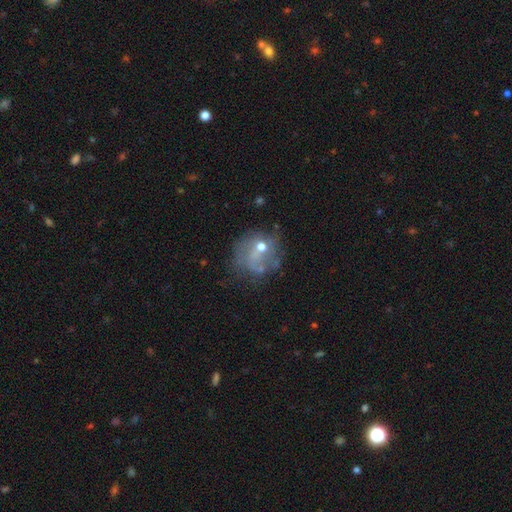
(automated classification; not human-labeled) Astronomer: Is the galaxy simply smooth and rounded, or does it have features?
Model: featured or disk — 53% (runner-up: smooth, 33%).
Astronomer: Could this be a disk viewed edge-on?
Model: no — 97%.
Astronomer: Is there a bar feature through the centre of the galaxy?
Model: no — 78%.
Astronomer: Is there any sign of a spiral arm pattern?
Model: no — 59% (runner-up: yes, 41%).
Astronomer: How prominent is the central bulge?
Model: moderate — 48% (runner-up: small, 39%).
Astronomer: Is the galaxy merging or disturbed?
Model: none — 42% (runner-up: major disturbance, 28%).